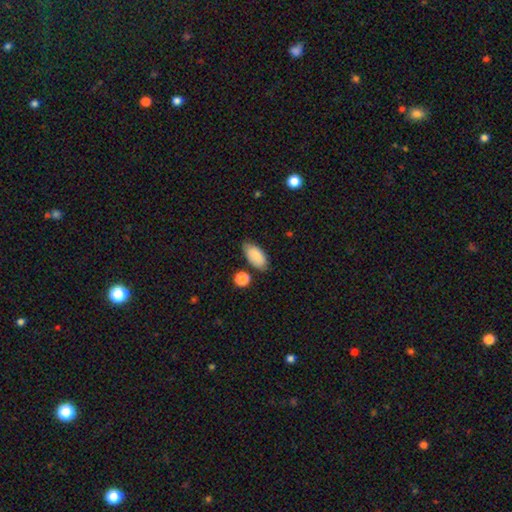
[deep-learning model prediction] smooth 85%, featured or disk 8%, star or artifact 7%. Down the decision tree: how rounded — in between (93%); merging — none (75%).